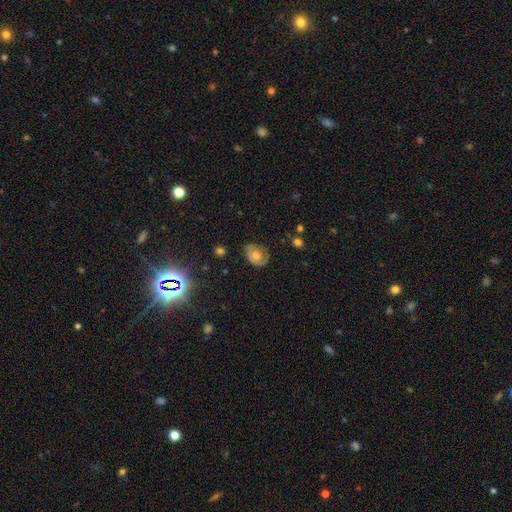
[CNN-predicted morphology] Smooth or featured? Predicted: smooth (p=0.45, tied with featured or disk). Merging? Predicted: none (p=0.67).